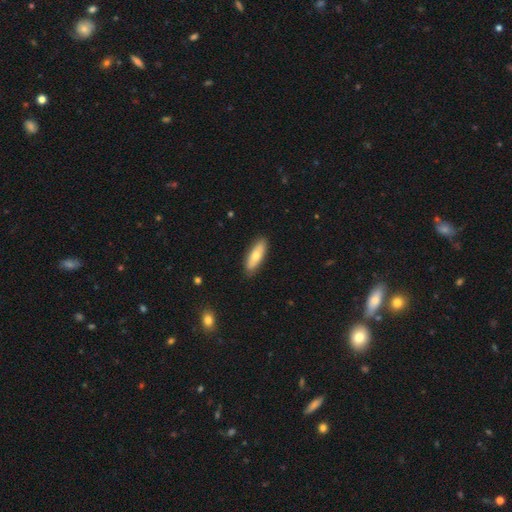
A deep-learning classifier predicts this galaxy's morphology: A smooth galaxy with no disk features (64%) that is in between round and cigar-shaped (53%). Merging: none (88%).